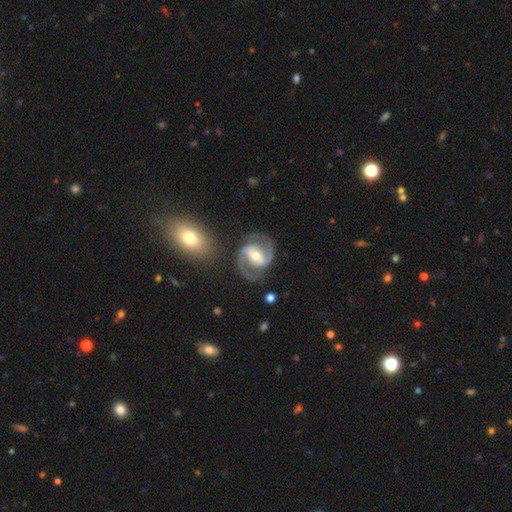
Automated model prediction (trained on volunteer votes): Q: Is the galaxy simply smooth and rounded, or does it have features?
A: featured or disk — 91%.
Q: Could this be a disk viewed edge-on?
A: no — 98%.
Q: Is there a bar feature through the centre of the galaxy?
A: strong — 58%.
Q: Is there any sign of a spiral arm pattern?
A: yes — 97%.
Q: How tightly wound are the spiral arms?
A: medium — 61%.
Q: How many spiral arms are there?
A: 2 — 94%.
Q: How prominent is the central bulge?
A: moderate — 59%.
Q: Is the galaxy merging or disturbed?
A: none — 80%.